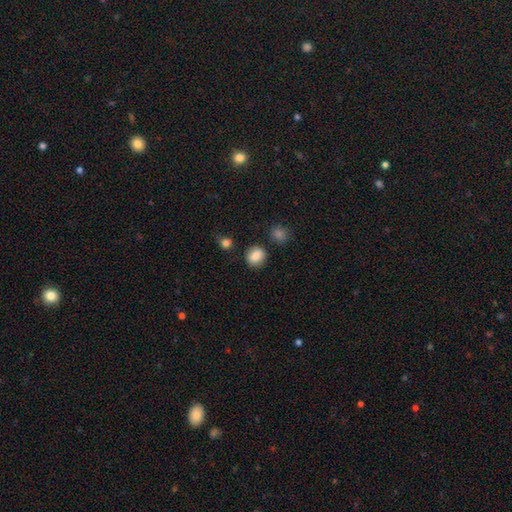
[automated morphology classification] This is clearly a smooth galaxy (85%). How rounded: likely round (74%). Merging: clearly none (85%).